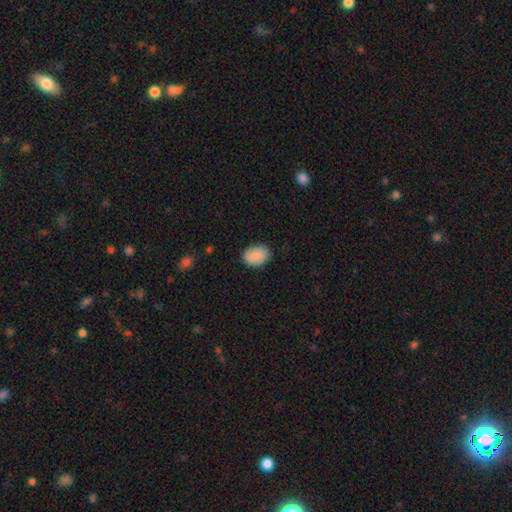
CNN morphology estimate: smooth_or_featured: smooth (p=0.88) [alt: star or artifact p=0.07]
how_rounded: in between (p=0.74) [alt: round p=0.25]
merging: none (p=0.85) [alt: minor disturbance p=0.11]